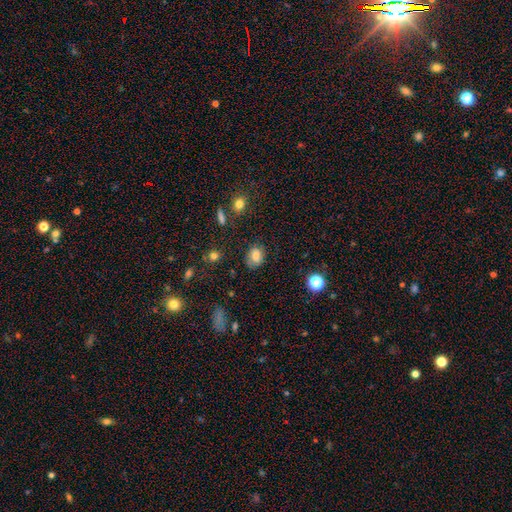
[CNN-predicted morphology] The model was most divided on "how rounded": in between: 70%, round: 28%, cigar-shaped: 1%. More confident: smooth or featured — smooth (78%); merging — none (66%).